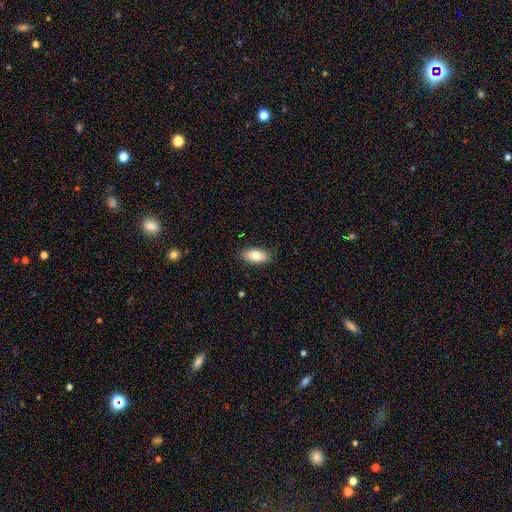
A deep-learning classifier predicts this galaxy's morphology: This is clearly a smooth galaxy (82%). How rounded: clearly in between (90%). Merging: clearly none (86%).